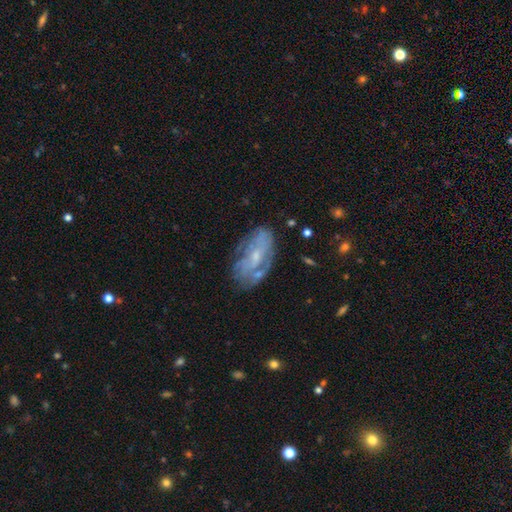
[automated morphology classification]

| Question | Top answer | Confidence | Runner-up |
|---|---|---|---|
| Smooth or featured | featured or disk | 66% | smooth (26%) |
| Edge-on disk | no | 93% | yes (7%) |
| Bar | no | 61% | weak (31%) |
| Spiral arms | yes | 57% | no (43%) |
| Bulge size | small | 59% | moderate (31%) |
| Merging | none | 61% | minor disturbance (23%) |